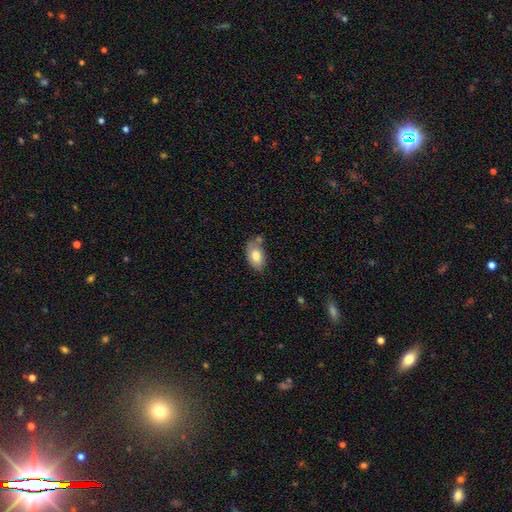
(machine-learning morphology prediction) Q: Smooth or featured?
A: smooth (79%); runner-up: featured or disk (14%)
Q: How rounded?
A: in between (91%); runner-up: round (7%)
Q: Merging?
A: none (53%); runner-up: minor disturbance (25%)